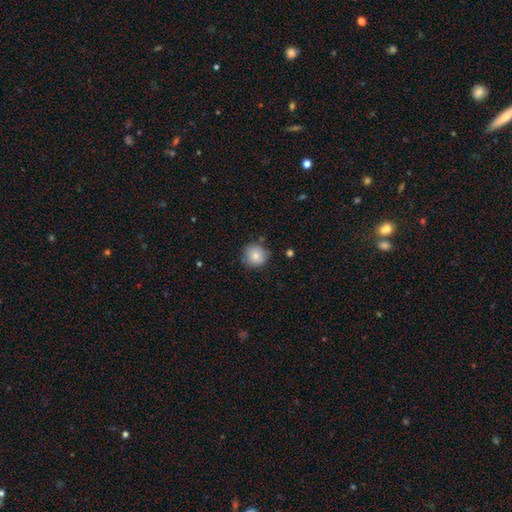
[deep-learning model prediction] Morphology: type=smooth (82%); roundness=round (93%); merging=none (81%).